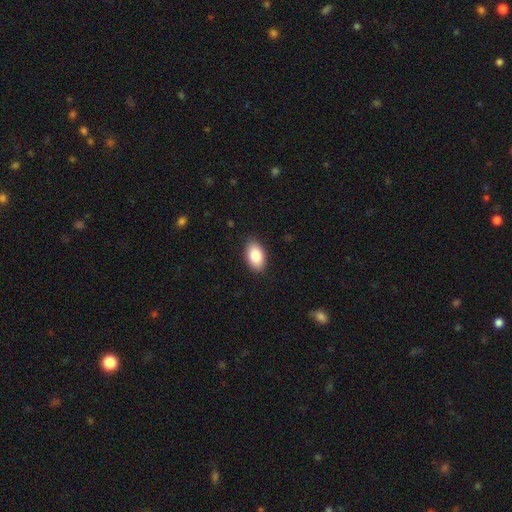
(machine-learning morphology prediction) This is clearly a smooth galaxy (86%). How rounded: clearly in between (92%). Merging: clearly none (87%).